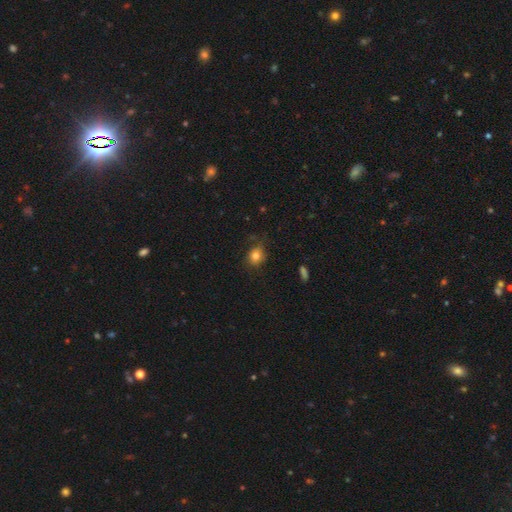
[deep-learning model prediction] smooth 80%, star or artifact 11%, featured or disk 9%. Down the decision tree: how rounded — round (61%); merging — none (72%).